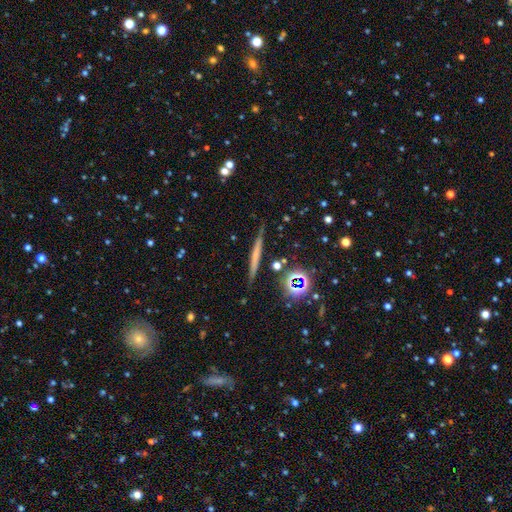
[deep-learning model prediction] This is possibly a smooth galaxy (47%). Merging: clearly none (86%).